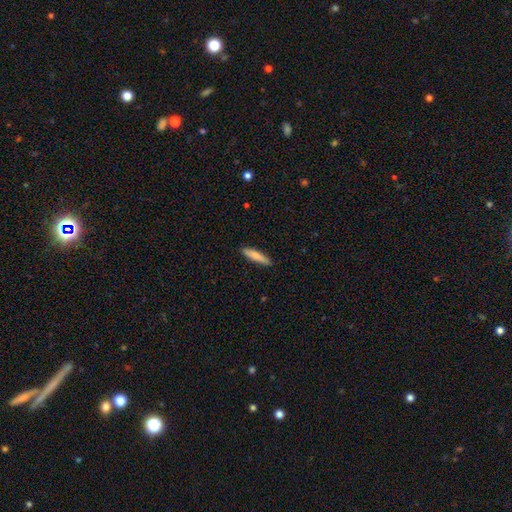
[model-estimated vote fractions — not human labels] smooth 75%, featured or disk 20%, star or artifact 5%. Down the decision tree: how rounded — cigar-shaped (83%); merging — none (89%).